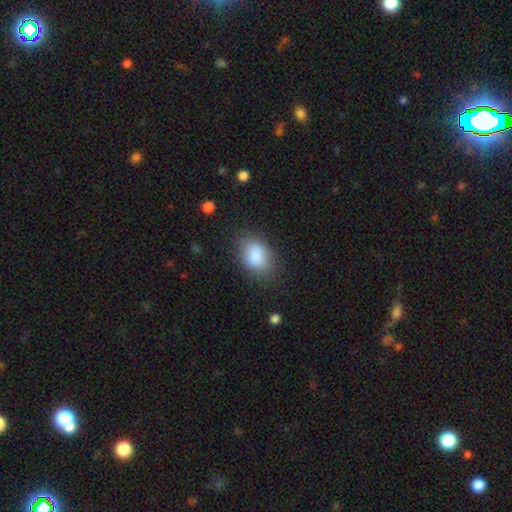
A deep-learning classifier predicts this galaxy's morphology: Smooth or featured? smooth (86%)
How rounded? in between (81%)
Merging? none (78%)